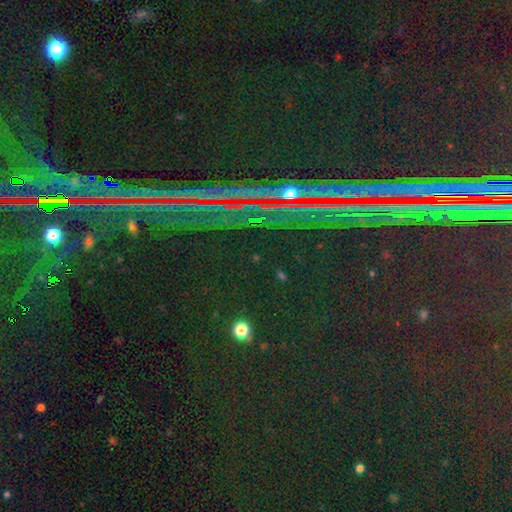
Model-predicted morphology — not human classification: type=star or artifact (86%).